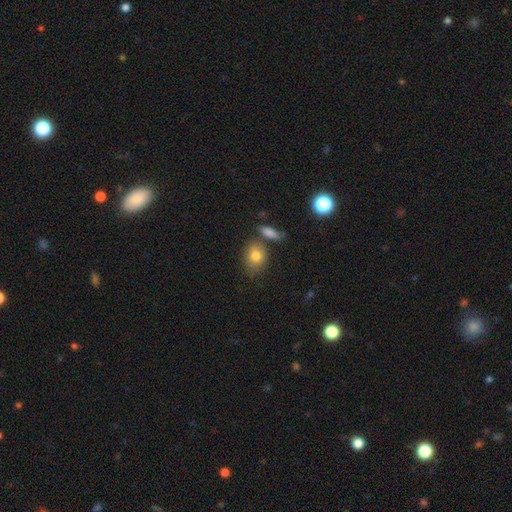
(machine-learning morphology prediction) Smooth or featured? smooth (80%)
How rounded? in between (55%)
Merging? none (65%)